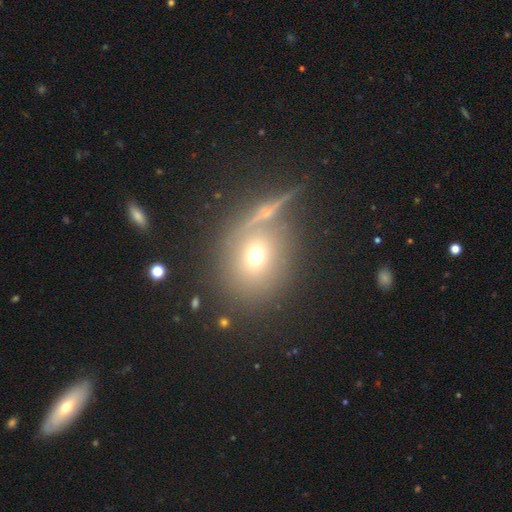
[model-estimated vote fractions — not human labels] Smooth or featured?
  - smooth: 61% *
  - featured or disk: 20%
  - star or artifact: 19%
How rounded?
  - round: 72% *
  - in between: 27%
  - cigar-shaped: 2%
Merging?
  - none: 70% *
  - merger: 13%
  - minor disturbance: 11%
  - major disturbance: 6%